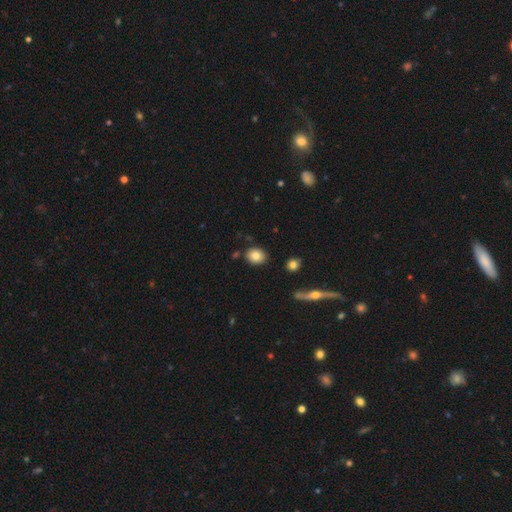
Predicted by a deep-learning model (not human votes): Smooth or featured?
  - smooth: 82% *
  - featured or disk: 10%
  - star or artifact: 9%
How rounded?
  - in between: 50% *
  - round: 49%
  - cigar-shaped: 1%
Merging?
  - none: 85% *
  - minor disturbance: 9%
  - merger: 4%
  - major disturbance: 2%